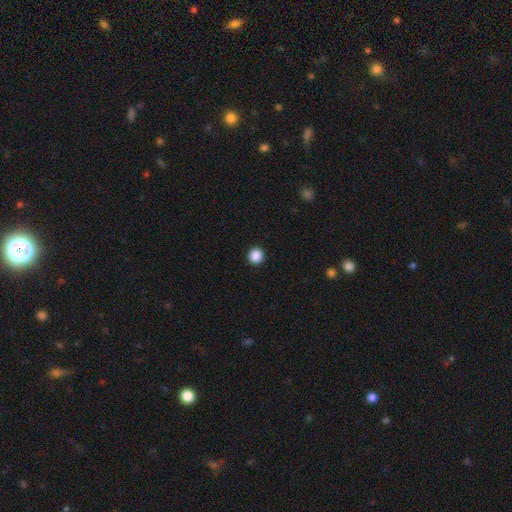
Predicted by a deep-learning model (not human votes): Morphology: type=smooth (88%); roundness=round (94%); merging=none (93%).